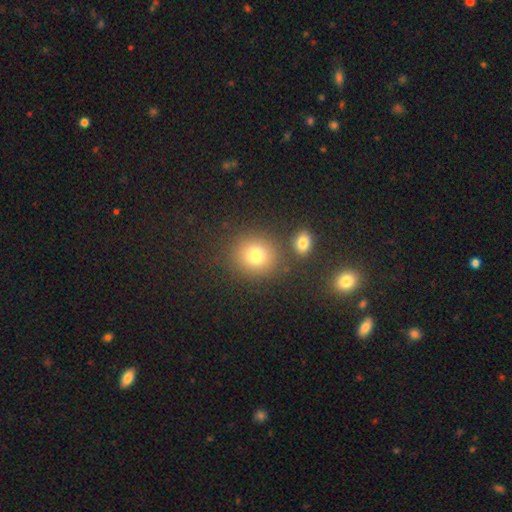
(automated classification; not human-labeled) This appears to be a smooth galaxy with no disk features (69%) that is round (84%). Merging: none (81%).